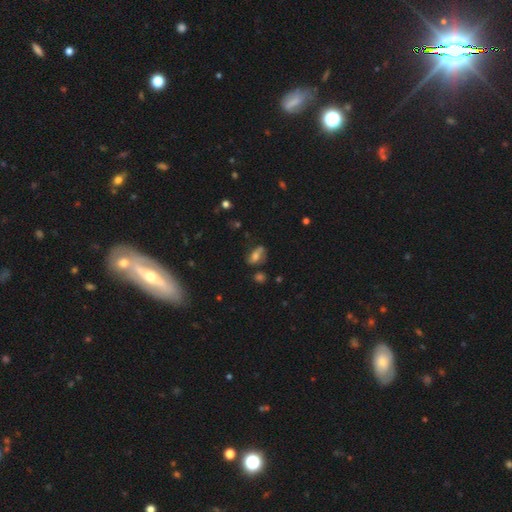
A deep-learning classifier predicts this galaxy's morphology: This appears to be a smooth galaxy with no disk features (54%) that is in between round and cigar-shaped (83%). Merging: none (50%).